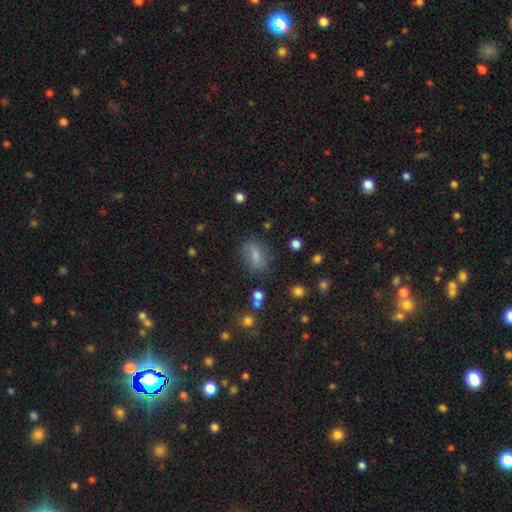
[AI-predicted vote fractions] A smooth galaxy with no disk features (72%) that is in between round and cigar-shaped (75%).

Vote fractions:
- Smooth or featured? smooth: 72% / featured or disk: 16% / star or artifact: 12%
- How rounded? in between: 75% / round: 20% / cigar-shaped: 5%
- Merging? none: 71% / minor disturbance: 18% / major disturbance: 7% / merger: 3%